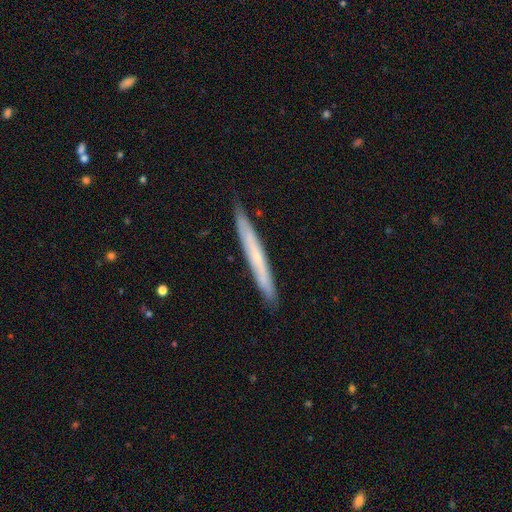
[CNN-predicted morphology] Smooth or featured: featured or disk — 54% (smooth — 40%)
Edge-on disk: yes — 91% (no — 9%)
Merging: none — 88% (minor disturbance — 10%)